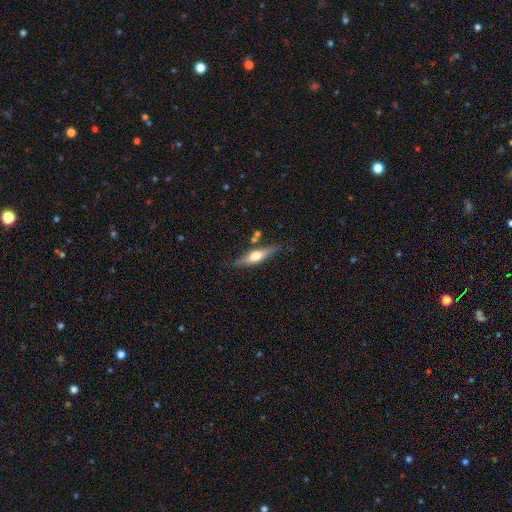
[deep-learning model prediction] This is possibly a featured or disk galaxy (56%). It is clearly viewed edge-on (91%). Edge-on bulge: clearly rounded (92%). Merging: likely none (75%).